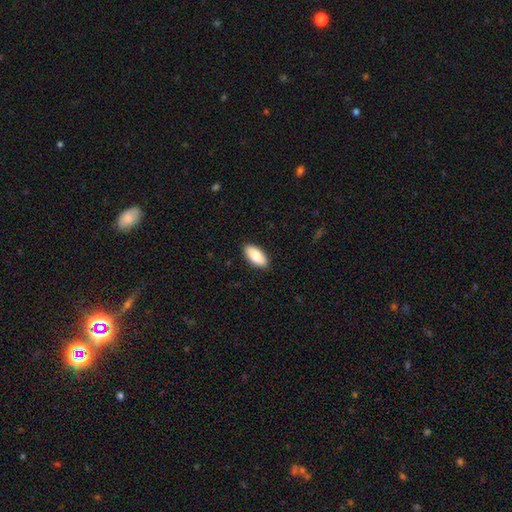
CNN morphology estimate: Smooth or featured? Predicted: smooth (p=0.83). How rounded? Predicted: in between (p=0.91). Merging? Predicted: none (p=0.89).